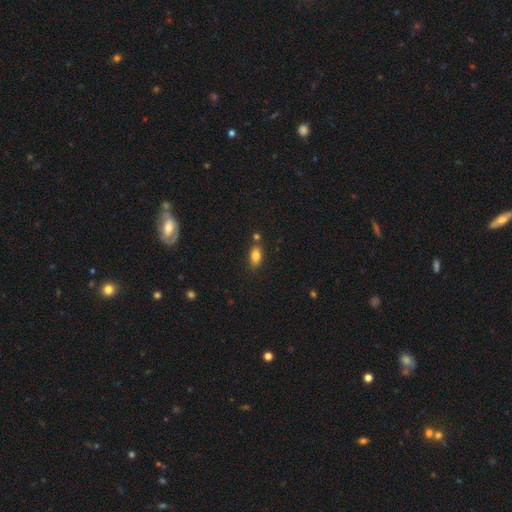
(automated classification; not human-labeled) Q: Smooth or featured?
A: smooth (82%); runner-up: star or artifact (9%)
Q: How rounded?
A: in between (86%); runner-up: round (8%)
Q: Merging?
A: none (73%); runner-up: minor disturbance (13%)